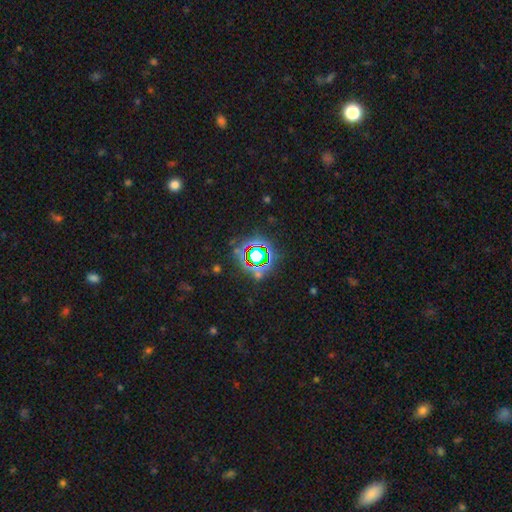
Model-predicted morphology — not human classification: Smooth or featured? Predicted: star or artifact (p=0.72).